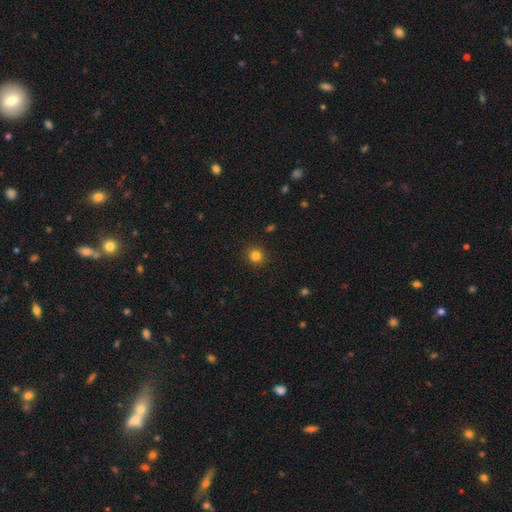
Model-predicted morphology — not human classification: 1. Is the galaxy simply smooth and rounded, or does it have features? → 83% smooth, 13% star or artifact, 5% featured or disk.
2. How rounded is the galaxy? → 92% round, 7% in between, 1% cigar-shaped.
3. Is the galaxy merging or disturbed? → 92% none, 5% minor disturbance, 2% major disturbance, 1% merger.